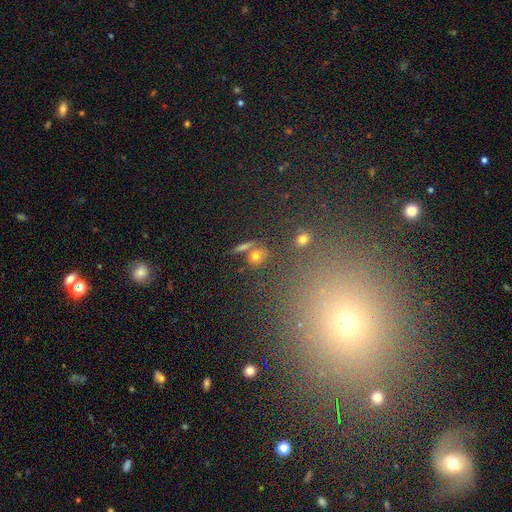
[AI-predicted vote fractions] Morphology: type=smooth (70%); roundness=round (60%); merging=none (73%).